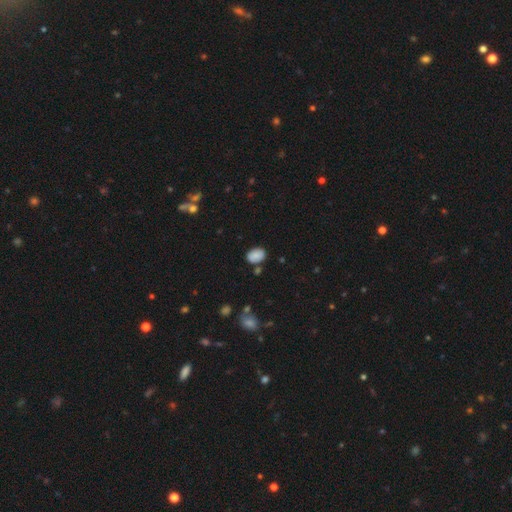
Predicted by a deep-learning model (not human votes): Smooth or featured? Predicted: smooth (p=0.84). How rounded? Predicted: in between (p=0.79). Merging? Predicted: none (p=0.74).